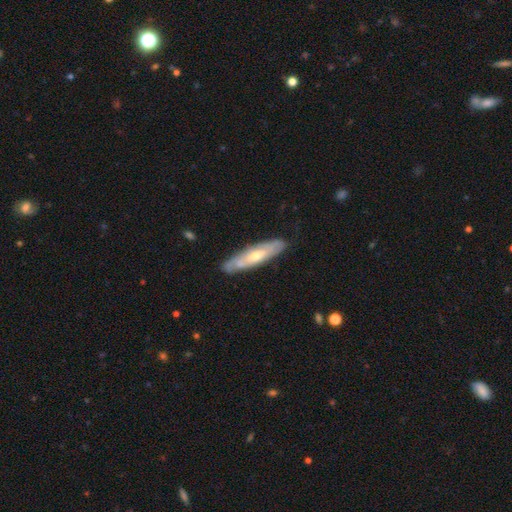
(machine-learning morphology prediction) type=featured or disk (55%); edge-on=yes (57%); merging=none (84%).